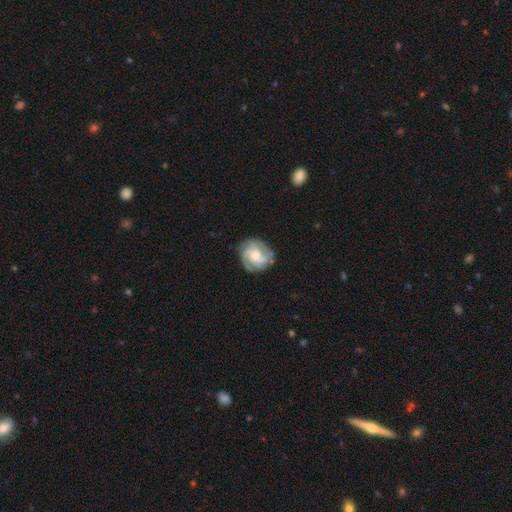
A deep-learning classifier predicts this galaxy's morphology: Q: Smooth or featured?
A: featured or disk (80%); runner-up: smooth (14%)
Q: Edge-on disk?
A: no (98%); runner-up: yes (2%)
Q: Bar?
A: no (59%); runner-up: weak (34%)
Q: Spiral arms?
A: yes (96%); runner-up: no (4%)
Q: Spiral winding?
A: tight (52%); runner-up: medium (39%)
Q: Spiral arm count?
A: 3 (47%); runner-up: 2 (19%)
Q: Bulge size?
A: moderate (52%); runner-up: small (31%)
Q: Merging?
A: none (77%); runner-up: minor disturbance (15%)